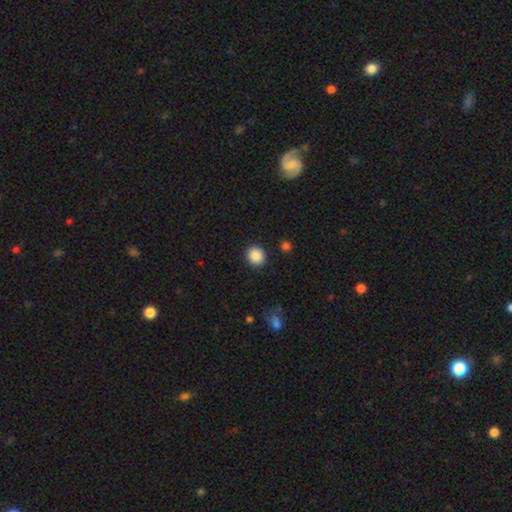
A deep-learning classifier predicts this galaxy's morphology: Smooth or featured: smooth — 88% (star or artifact — 9%)
How rounded: round — 83% (in between — 16%)
Merging: none — 90% (minor disturbance — 7%)